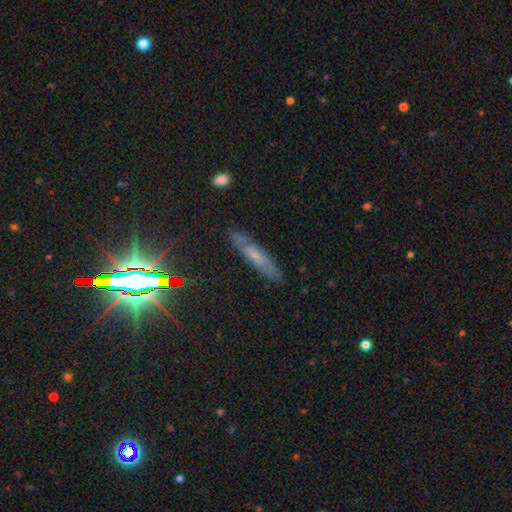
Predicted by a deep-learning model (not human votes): smooth_or_featured: featured or disk (p=0.42) [alt: smooth p=0.39]
merging: none (p=0.81) [alt: minor disturbance p=0.14]